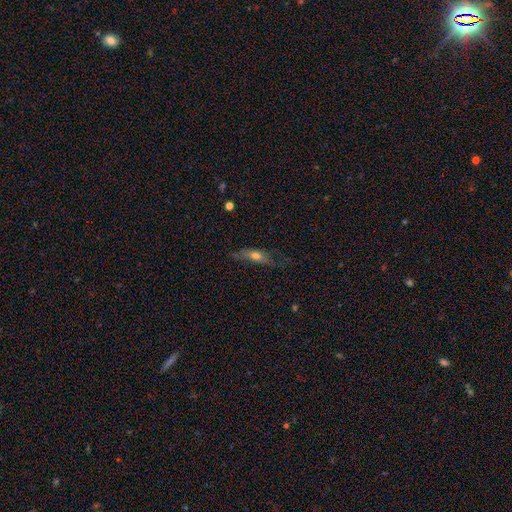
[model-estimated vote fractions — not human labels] A smooth galaxy with no disk features (56%) that is cigar-shaped (48%).

Vote fractions:
- Smooth or featured? smooth: 56% / featured or disk: 35% / star or artifact: 10%
- How rounded? cigar-shaped: 48% / in between: 47% / round: 5%
- Merging? none: 56% / minor disturbance: 27% / major disturbance: 15% / merger: 2%